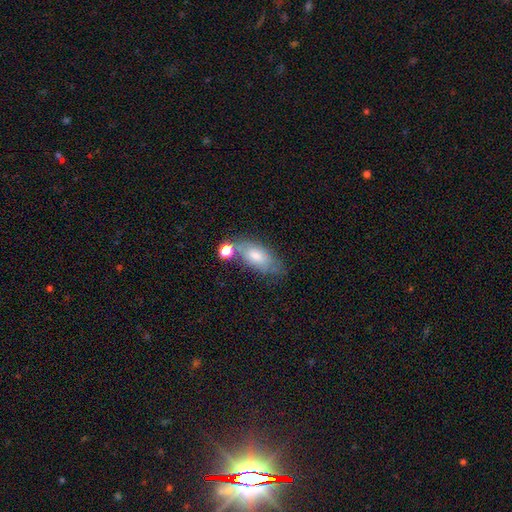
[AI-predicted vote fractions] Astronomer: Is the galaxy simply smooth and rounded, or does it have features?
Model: smooth — 66%.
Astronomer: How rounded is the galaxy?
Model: in between — 84%.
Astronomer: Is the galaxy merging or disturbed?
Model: none — 50%.